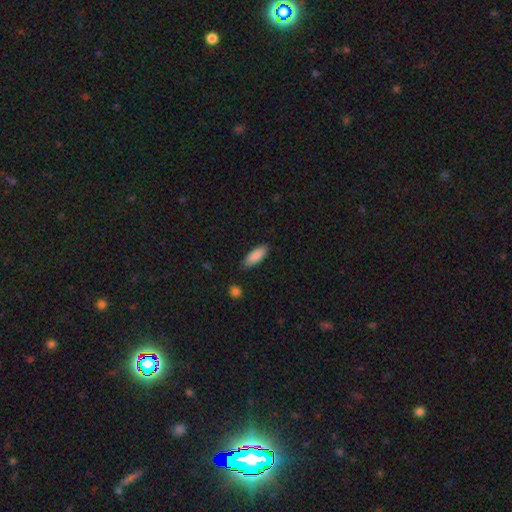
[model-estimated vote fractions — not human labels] Smooth or featured?
  - smooth: 88% *
  - star or artifact: 6%
  - featured or disk: 6%
How rounded?
  - in between: 72% *
  - cigar-shaped: 27%
  - round: 2%
Merging?
  - none: 85% *
  - minor disturbance: 11%
  - major disturbance: 2%
  - merger: 2%